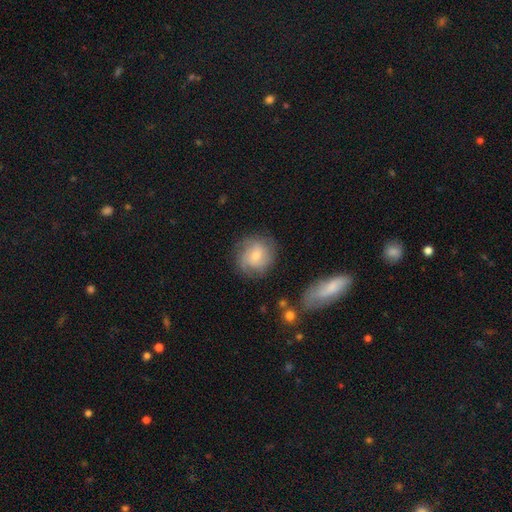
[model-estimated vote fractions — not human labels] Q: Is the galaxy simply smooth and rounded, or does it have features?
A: featured or disk — 56%.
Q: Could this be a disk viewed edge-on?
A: no — 97%.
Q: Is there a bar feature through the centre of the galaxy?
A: no — 62%.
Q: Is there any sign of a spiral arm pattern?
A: yes — 88%.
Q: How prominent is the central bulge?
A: small — 52%.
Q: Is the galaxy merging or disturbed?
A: none — 75%.